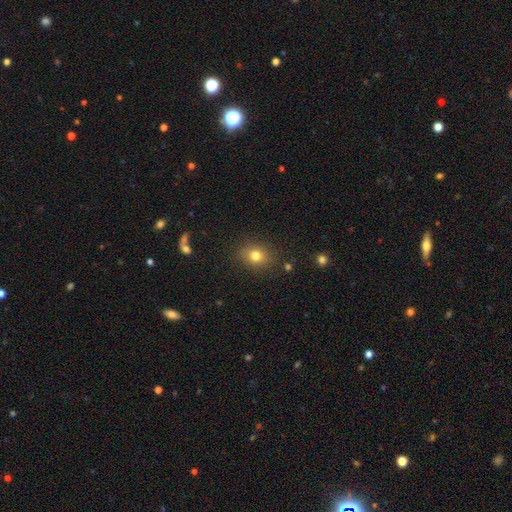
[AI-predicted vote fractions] This appears to be a smooth galaxy with no disk features (78%) that is round (60%). Merging: none (85%).